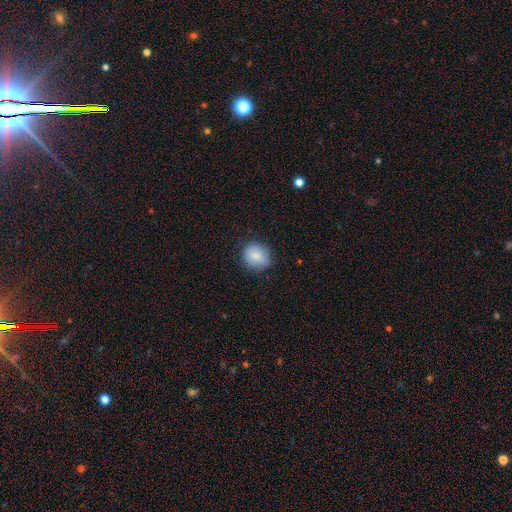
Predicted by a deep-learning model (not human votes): The model was most divided on "how rounded": round: 75%, in between: 24%, cigar-shaped: 1%. More confident: smooth or featured — smooth (83%); merging — none (78%).